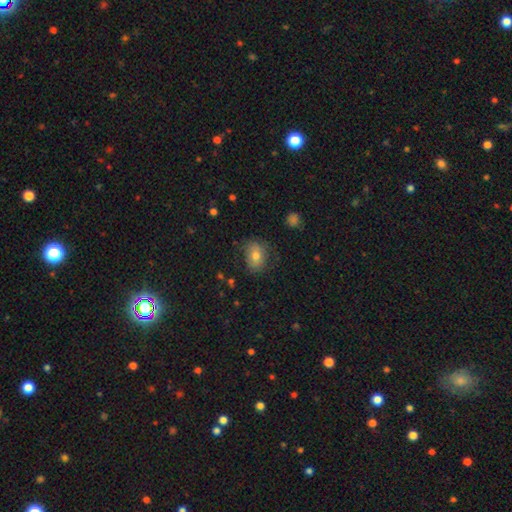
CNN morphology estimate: This is likely a smooth galaxy (72%). How rounded: likely in between (66%). Merging: likely none (72%).